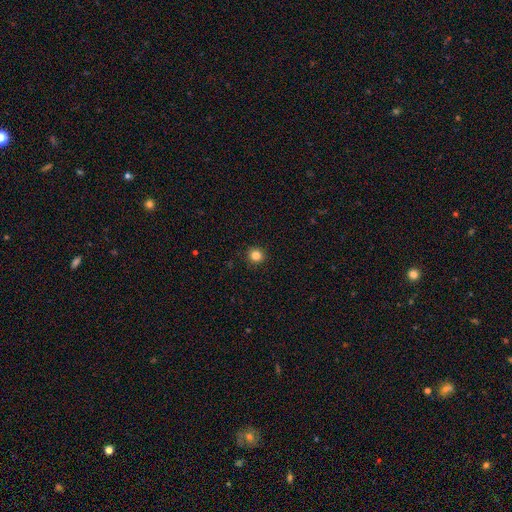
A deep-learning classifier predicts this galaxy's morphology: smooth 84%, star or artifact 12%, featured or disk 5%. Down the decision tree: how rounded — round (94%); merging — none (93%).